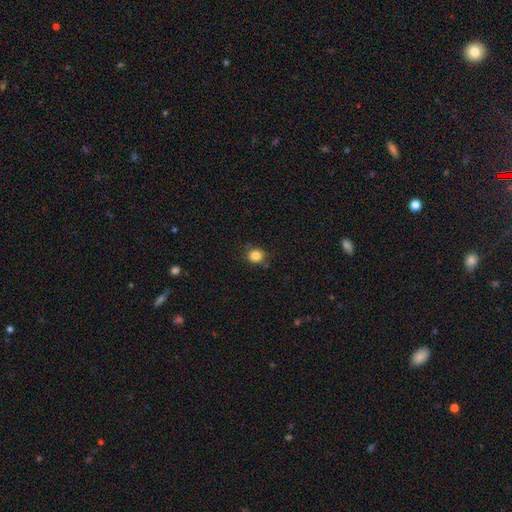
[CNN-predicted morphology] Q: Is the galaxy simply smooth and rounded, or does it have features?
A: smooth — 84%.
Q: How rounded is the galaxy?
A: round — 84%.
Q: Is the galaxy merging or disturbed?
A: none — 81%.